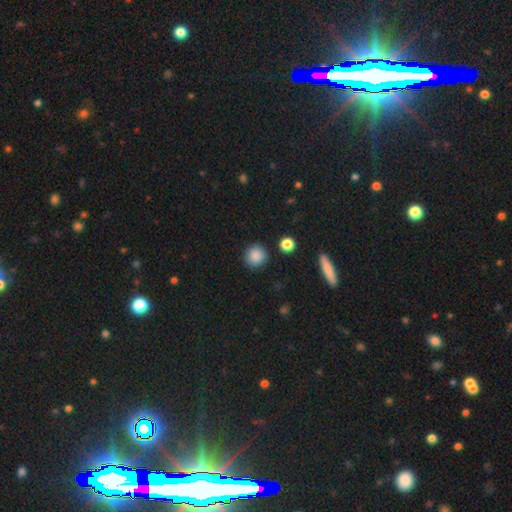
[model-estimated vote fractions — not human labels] This is clearly a smooth galaxy (87%). How rounded: clearly round (92%). Merging: clearly none (88%).